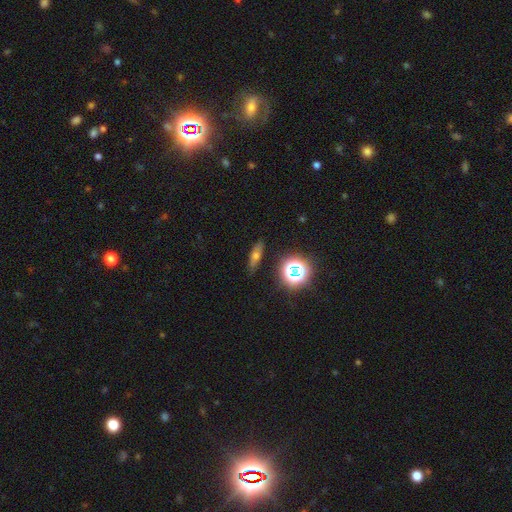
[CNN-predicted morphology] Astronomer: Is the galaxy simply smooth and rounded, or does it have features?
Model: smooth — 53% (runner-up: featured or disk, 28%).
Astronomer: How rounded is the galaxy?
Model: cigar-shaped — 47% (runner-up: in between, 41%).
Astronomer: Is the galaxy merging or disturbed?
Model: none — 85%.